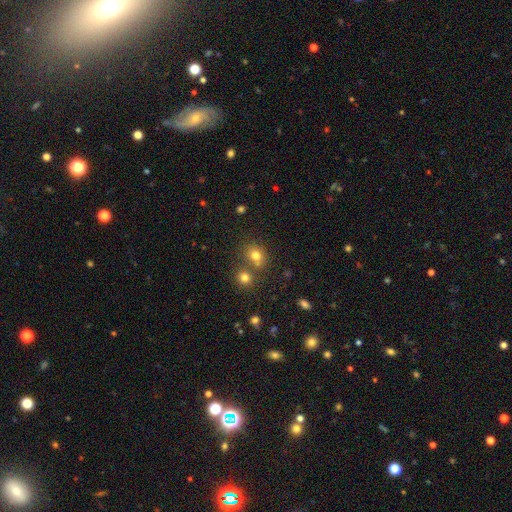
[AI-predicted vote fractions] Overall: smooth (76%). How rounded: round (64%; in between 35%). Merging: none (60%; merger 26%).